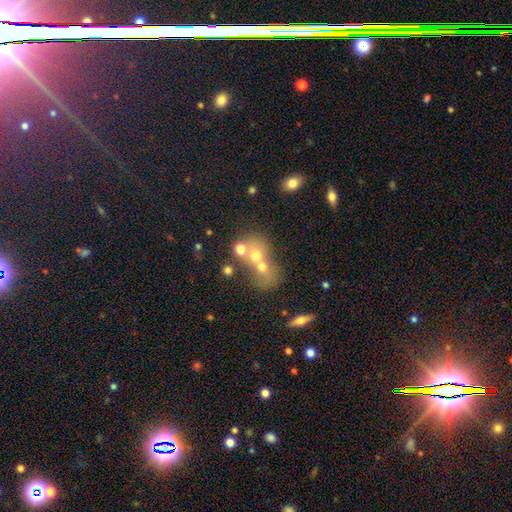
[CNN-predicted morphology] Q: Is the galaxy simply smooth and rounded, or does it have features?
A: smooth — 53%.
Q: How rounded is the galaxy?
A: round — 62%.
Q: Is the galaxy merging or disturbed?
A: merger — 66%.